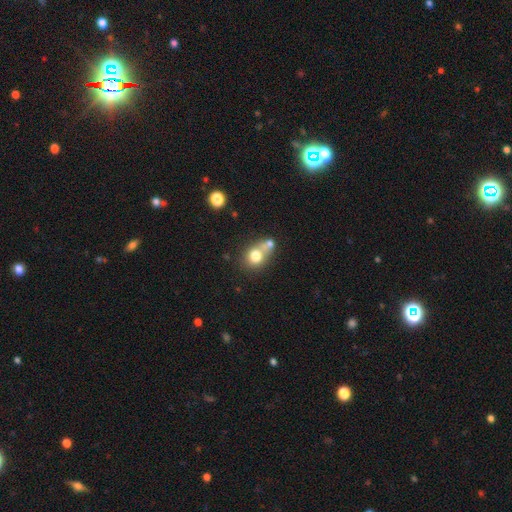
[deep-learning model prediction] Morphology: type=smooth (73%); roundness=round (65%); merging=merger (44%).